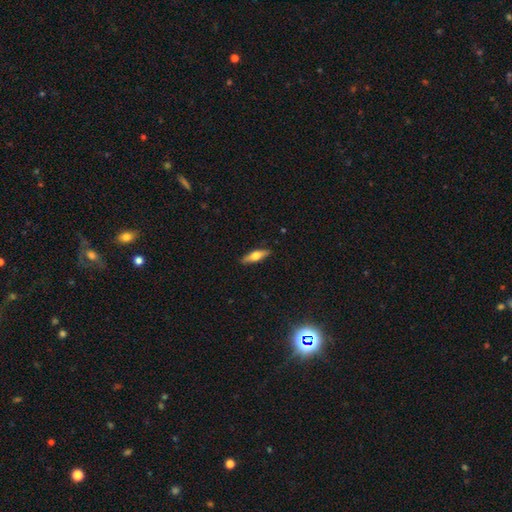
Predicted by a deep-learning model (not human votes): A smooth galaxy with no disk features (54%) that is cigar-shaped (55%).

Vote fractions:
- Smooth or featured? smooth: 54% / featured or disk: 40% / star or artifact: 6%
- How rounded? cigar-shaped: 55% / in between: 42% / round: 3%
- Merging? none: 89% / minor disturbance: 9% / major disturbance: 2% / merger: 1%